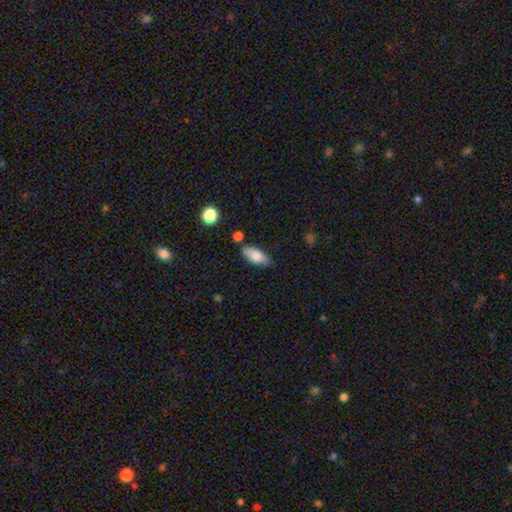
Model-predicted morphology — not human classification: smooth 81%, featured or disk 12%, star or artifact 7%. Down the decision tree: how rounded — in between (82%); merging — none (72%).